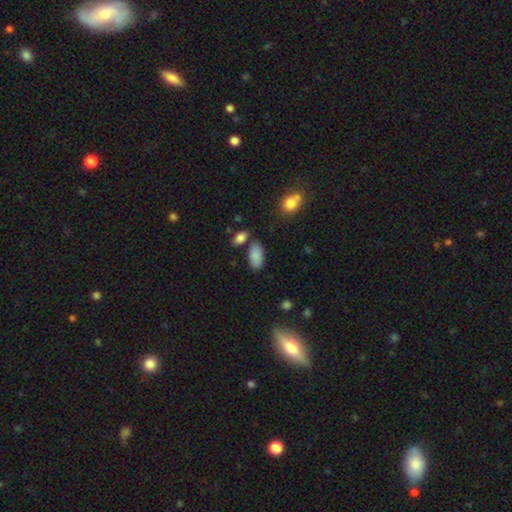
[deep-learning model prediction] Overall: smooth (88%). How rounded: in between (94%). Merging: none (77%).